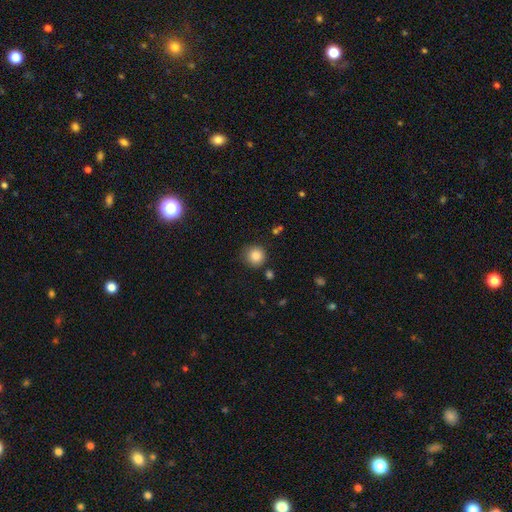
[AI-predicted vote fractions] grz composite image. It shows a smooth galaxy with no disk features (85%) that is round (93%). Merging: none (83%).